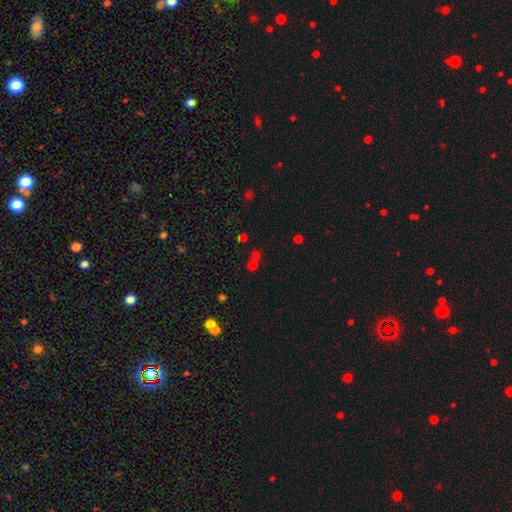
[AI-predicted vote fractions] This appears to be a smooth galaxy with no disk features (51%) that is round (85%). Merging: none (58%).